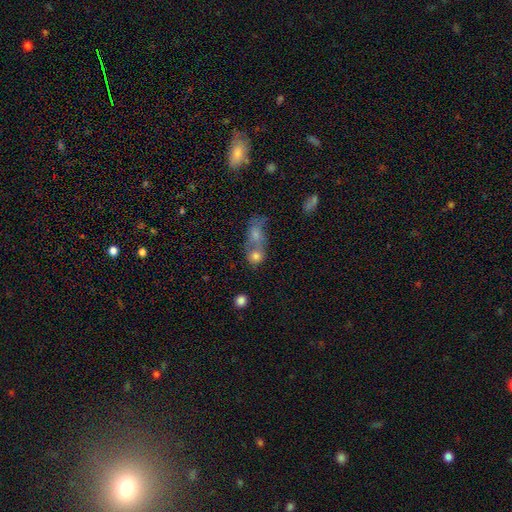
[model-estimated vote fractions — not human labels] Smooth or featured: smooth — 71% (featured or disk — 15%)
How rounded: round — 64% (in between — 33%)
Merging: merger — 61% (none — 26%)